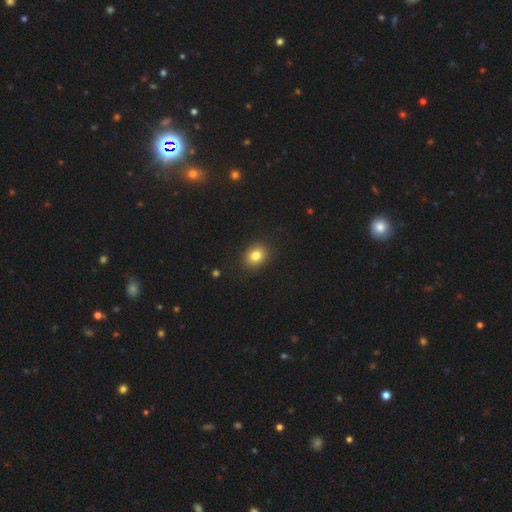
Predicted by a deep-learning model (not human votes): smooth_or_featured: smooth (p=0.82) [alt: star or artifact p=0.11]
how_rounded: round (p=0.61) [alt: in between p=0.38]
merging: none (p=0.90) [alt: minor disturbance p=0.07]